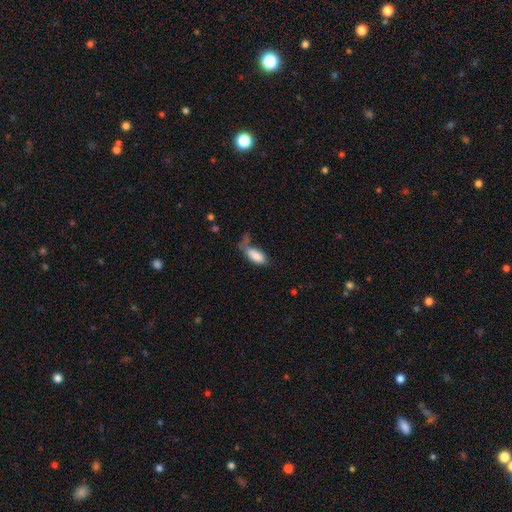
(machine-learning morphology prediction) The model was most divided on "merging": none: 37%, minor disturbance: 28%, major disturbance: 21%, merger: 13%. More confident: how rounded — in between (87%); smooth or featured — smooth (84%).